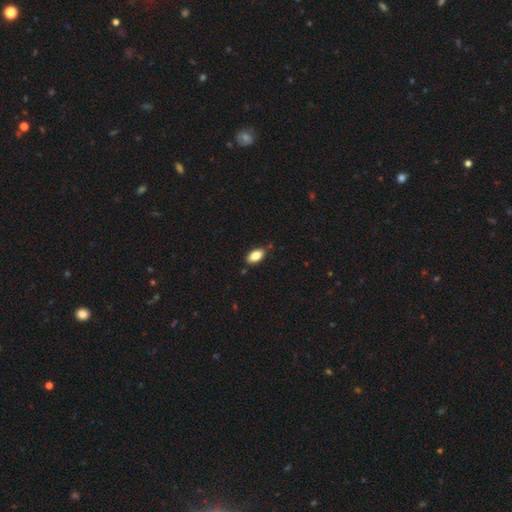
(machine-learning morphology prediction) smooth 82%, featured or disk 10%, star or artifact 7%. Down the decision tree: how rounded — in between (92%); merging — none (85%).